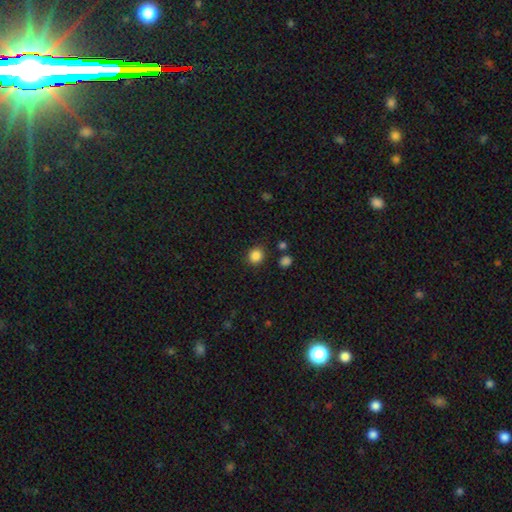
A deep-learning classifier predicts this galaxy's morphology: A smooth galaxy with no disk features (86%) that is round (87%).

Vote fractions:
- Smooth or featured? smooth: 86% / star or artifact: 11% / featured or disk: 3%
- How rounded? round: 87% / in between: 12% / cigar-shaped: 1%
- Merging? none: 86% / minor disturbance: 8% / merger: 3% / major disturbance: 3%